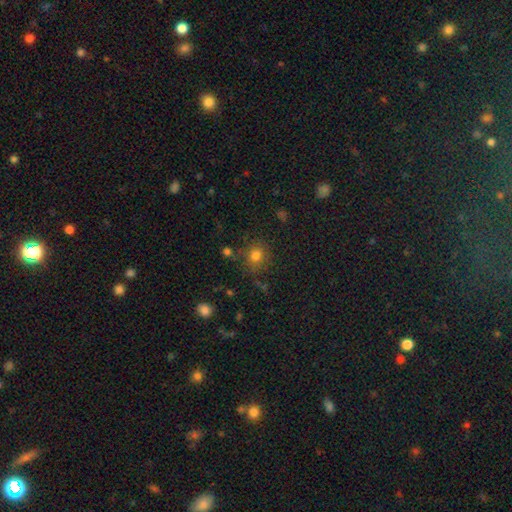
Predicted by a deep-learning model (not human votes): Smooth or featured? smooth (77%)
How rounded? round (83%)
Merging? none (80%)